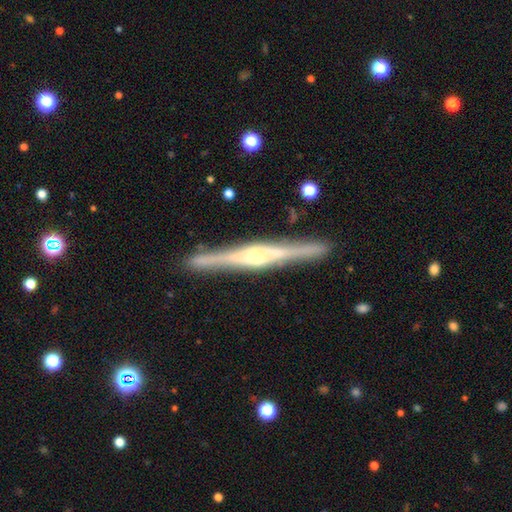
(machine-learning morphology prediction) Smooth or featured: featured or disk — 85% (smooth — 10%)
Edge-on disk: yes — 98% (no — 2%)
Edge-on bulge: rounded — 64% (boxy — 28%)
Merging: none — 91% (minor disturbance — 6%)